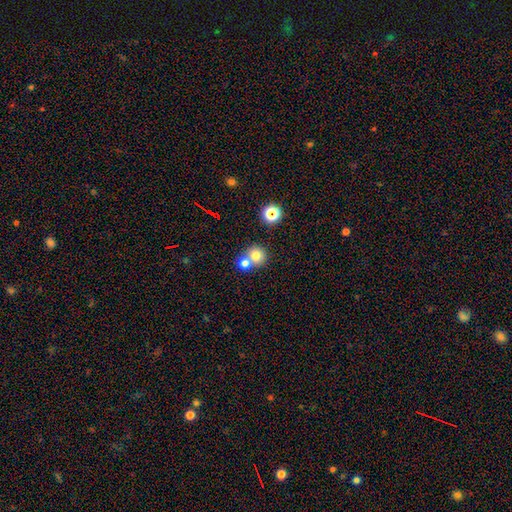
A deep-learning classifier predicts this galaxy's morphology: This is likely a smooth galaxy (75%). How rounded: clearly round (88%). Merging: possibly none (49%).